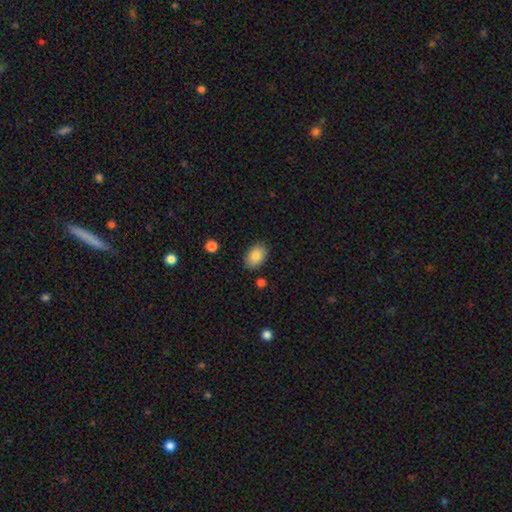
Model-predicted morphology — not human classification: Overall: smooth (87%). How rounded: in between (89%). Merging: none (85%).